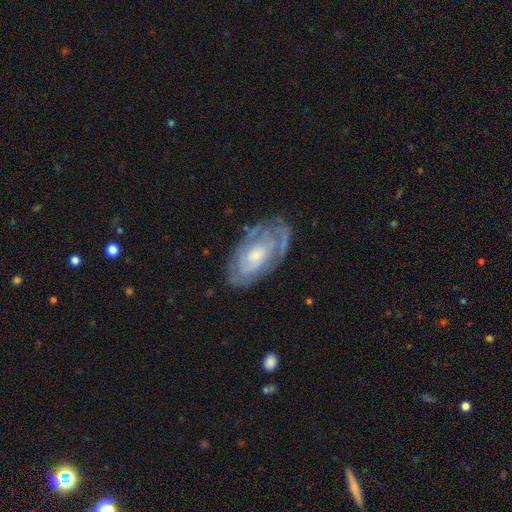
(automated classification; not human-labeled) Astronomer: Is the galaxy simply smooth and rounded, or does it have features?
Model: featured or disk — 76%.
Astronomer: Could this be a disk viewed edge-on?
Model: no — 93%.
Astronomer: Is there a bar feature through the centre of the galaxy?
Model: no — 73%.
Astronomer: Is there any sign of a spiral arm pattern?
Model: yes — 82%.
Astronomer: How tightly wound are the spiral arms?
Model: tight — 68%.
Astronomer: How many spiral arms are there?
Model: can't tell — 56%.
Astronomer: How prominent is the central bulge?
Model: small — 47% (runner-up: moderate, 41%).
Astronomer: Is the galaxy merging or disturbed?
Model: none — 71%.